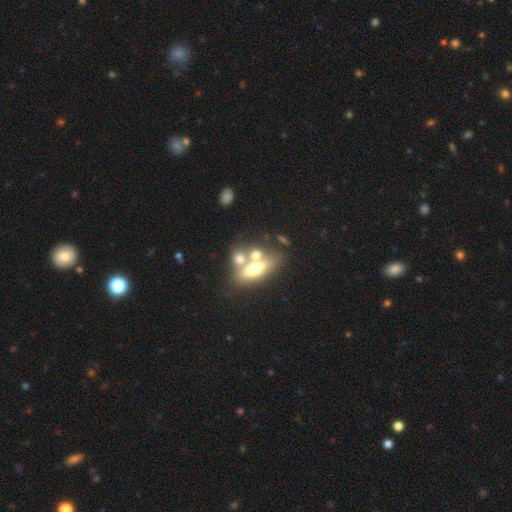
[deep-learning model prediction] A smooth galaxy with no disk features (54%) that is in between round and cigar-shaped (66%).

Vote fractions:
- Smooth or featured? smooth: 54% / featured or disk: 36% / star or artifact: 10%
- How rounded? in between: 66% / cigar-shaped: 21% / round: 13%
- Merging? merger: 48% / none: 35% / minor disturbance: 10% / major disturbance: 7%